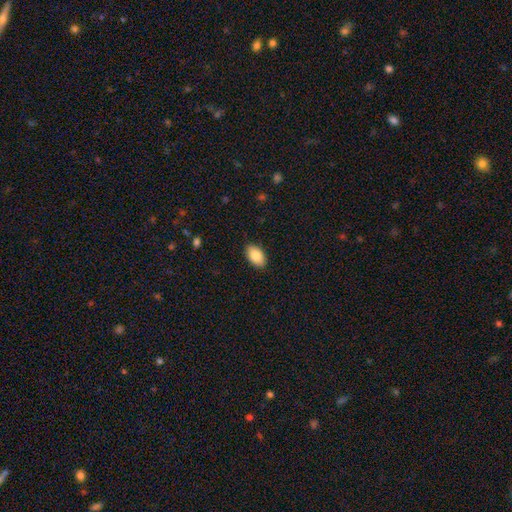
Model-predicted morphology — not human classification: Q: Smooth or featured?
A: smooth (85%); runner-up: featured or disk (8%)
Q: How rounded?
A: in between (93%); runner-up: round (6%)
Q: Merging?
A: none (89%); runner-up: minor disturbance (8%)